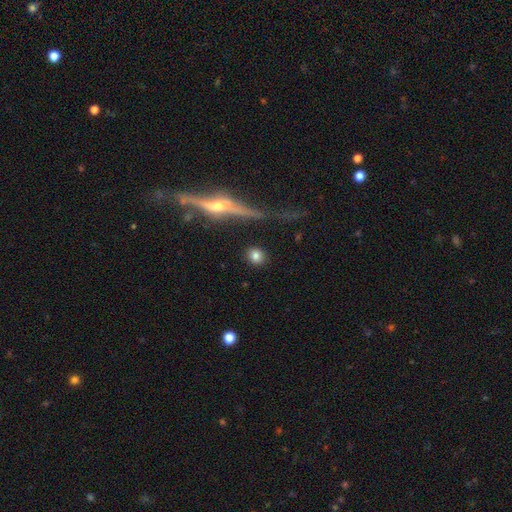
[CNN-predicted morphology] smooth_or_featured: smooth (p=0.79) [alt: featured or disk p=0.12]
how_rounded: round (p=0.82) [alt: in between p=0.15]
merging: none (p=0.87) [alt: minor disturbance p=0.07]